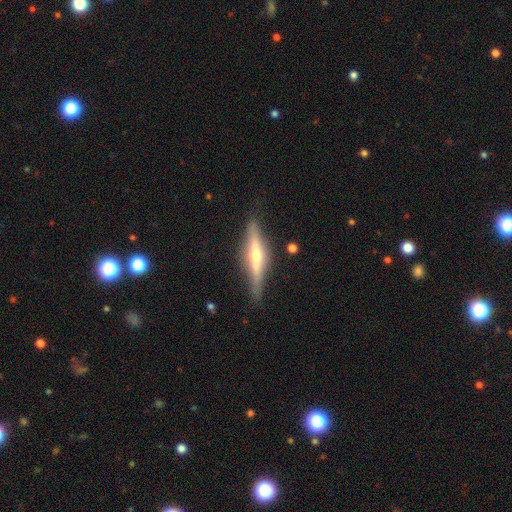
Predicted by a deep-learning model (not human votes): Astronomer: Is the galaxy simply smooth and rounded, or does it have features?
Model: featured or disk — 72%.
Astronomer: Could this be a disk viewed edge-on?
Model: yes — 96%.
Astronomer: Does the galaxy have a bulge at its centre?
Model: rounded — 81%.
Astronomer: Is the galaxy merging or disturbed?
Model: none — 85%.